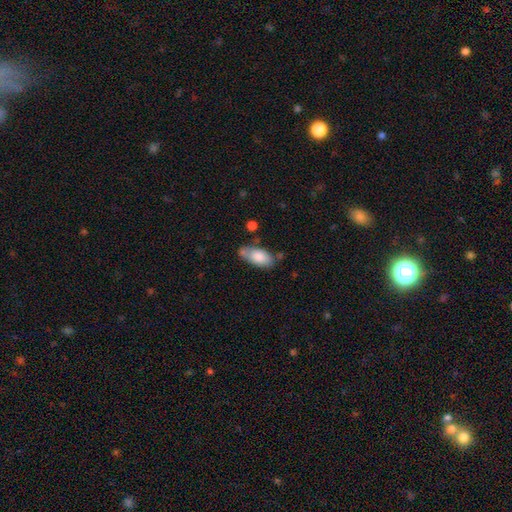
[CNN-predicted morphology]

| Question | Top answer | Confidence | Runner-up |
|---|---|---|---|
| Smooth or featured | smooth | 79% | featured or disk (15%) |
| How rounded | in between | 88% | cigar-shaped (9%) |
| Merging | none | 58% | minor disturbance (25%) |